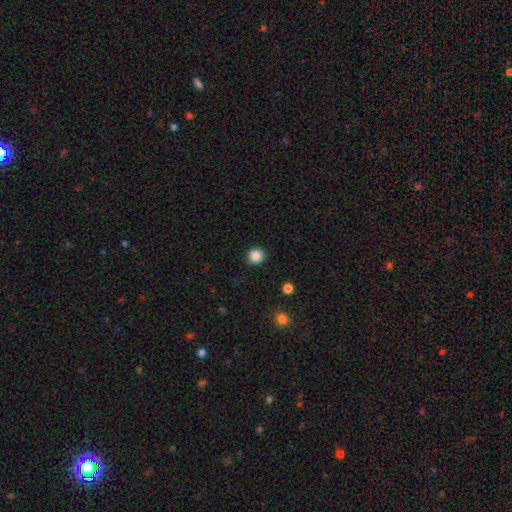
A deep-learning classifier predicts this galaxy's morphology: smooth 87%, star or artifact 10%, featured or disk 3%. Down the decision tree: how rounded — round (91%); merging — none (91%).